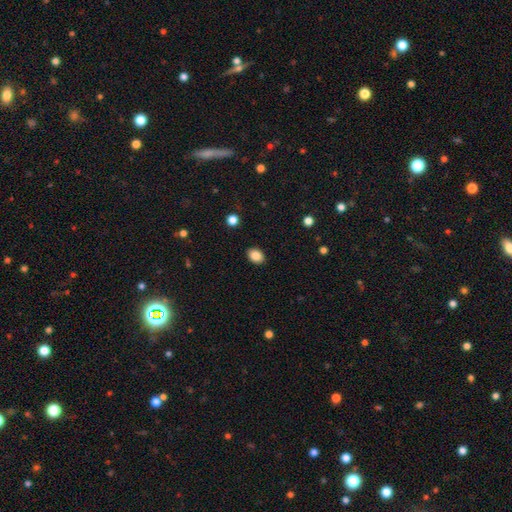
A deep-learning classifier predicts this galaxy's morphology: This appears to be a smooth galaxy with no disk features (87%) that is in between round and cigar-shaped (69%). Merging: none (90%).